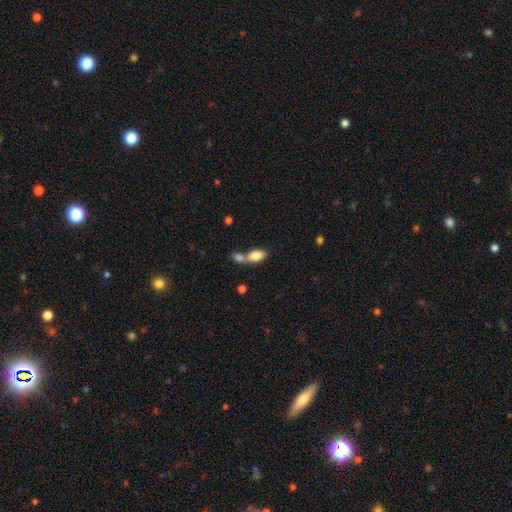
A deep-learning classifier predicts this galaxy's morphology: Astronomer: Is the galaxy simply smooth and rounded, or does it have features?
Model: smooth — 82%.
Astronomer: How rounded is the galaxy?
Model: in between — 89%.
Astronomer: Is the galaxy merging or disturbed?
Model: merger — 54% (runner-up: none, 33%).